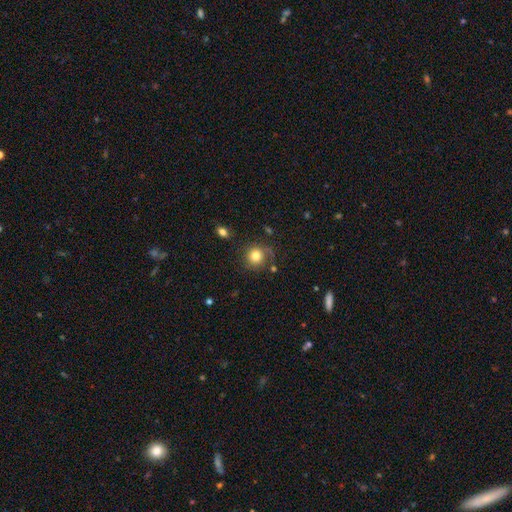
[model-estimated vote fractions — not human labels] The model was most divided on "merging": none: 68%, minor disturbance: 18%, major disturbance: 9%, merger: 4%. More confident: how rounded — round (88%); smooth or featured — smooth (77%).